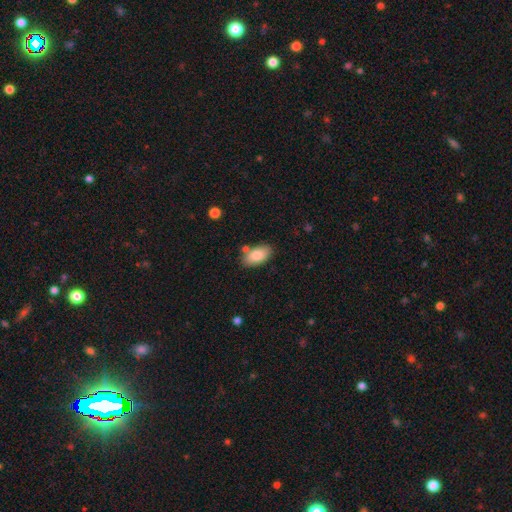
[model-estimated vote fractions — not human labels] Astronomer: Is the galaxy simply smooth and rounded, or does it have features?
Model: smooth — 85%.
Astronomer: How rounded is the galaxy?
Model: in between — 94%.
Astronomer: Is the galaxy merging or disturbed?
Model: none — 77%.